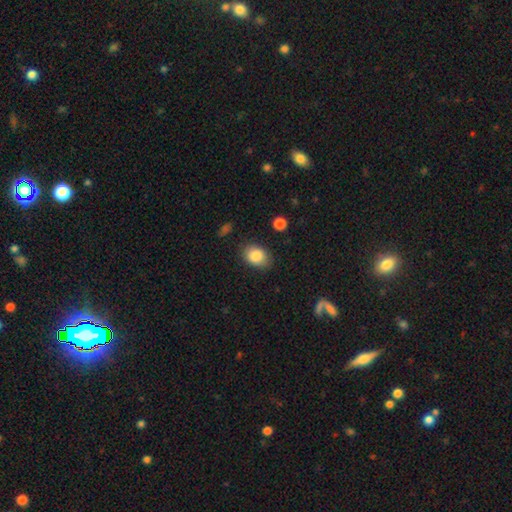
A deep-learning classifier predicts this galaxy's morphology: The model was most divided on "how rounded": in between: 70%, round: 29%, cigar-shaped: 1%. More confident: smooth or featured — smooth (86%); merging — none (80%).